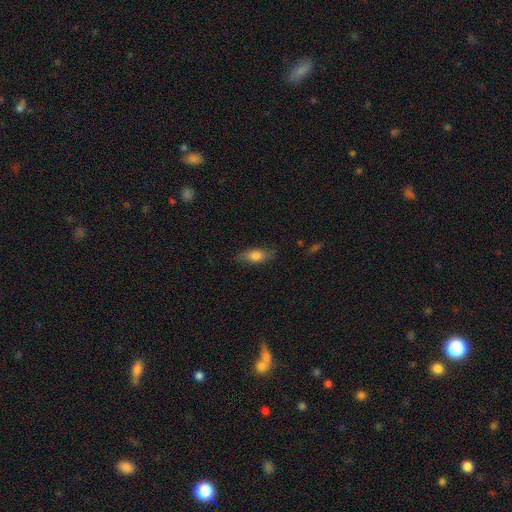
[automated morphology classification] A smooth galaxy with no disk features (74%) that is in between round and cigar-shaped (76%). Merging: none (78%).